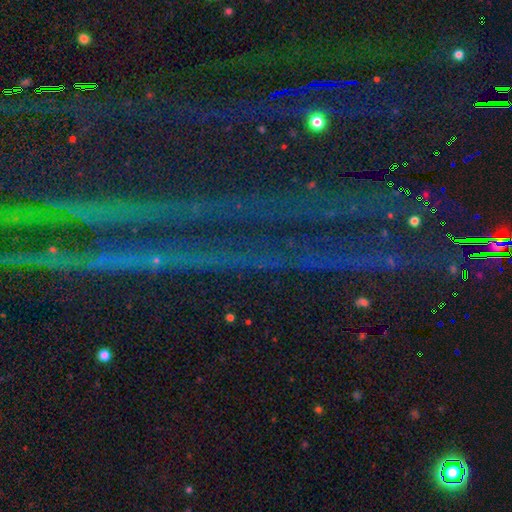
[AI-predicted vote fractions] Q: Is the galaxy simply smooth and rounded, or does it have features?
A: star or artifact — 85%.